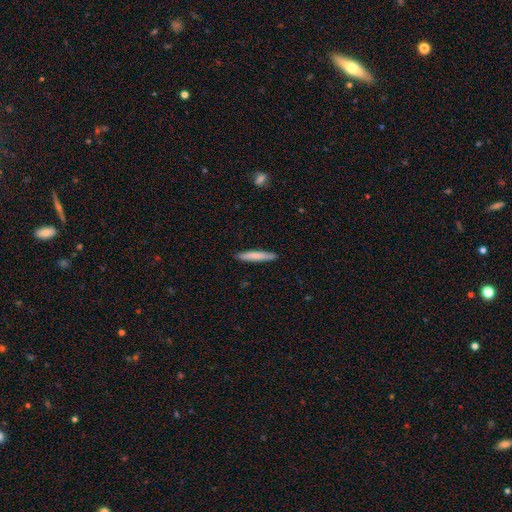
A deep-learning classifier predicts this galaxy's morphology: Smooth or featured? smooth (74%)
How rounded? cigar-shaped (93%)
Merging? none (89%)